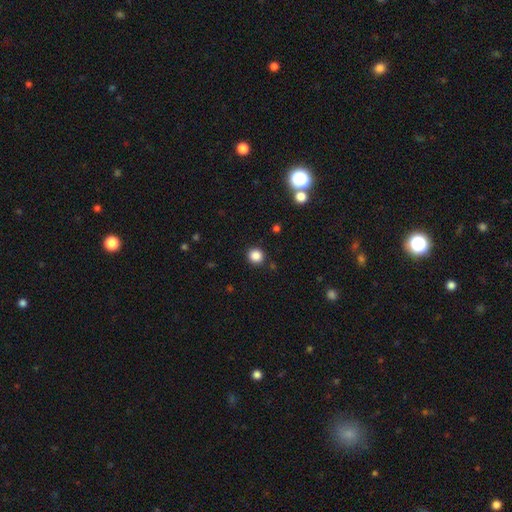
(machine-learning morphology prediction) A smooth galaxy with no disk features (86%) that is round (91%).

Vote fractions:
- Smooth or featured? smooth: 86% / star or artifact: 11% / featured or disk: 3%
- How rounded? round: 91% / in between: 8% / cigar-shaped: 1%
- Merging? none: 90% / minor disturbance: 6% / major disturbance: 2% / merger: 2%